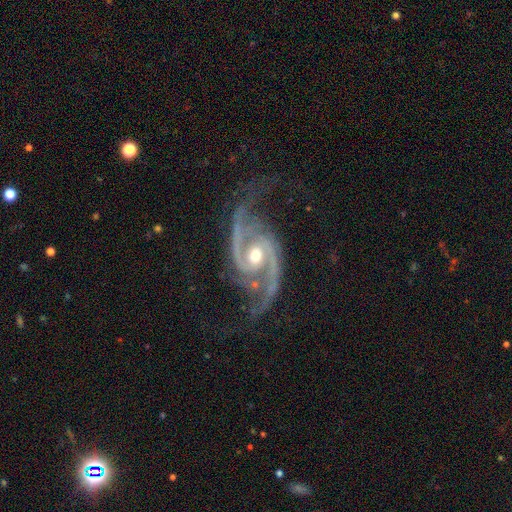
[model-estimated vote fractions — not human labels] The model was most divided on "bar": no: 55%, weak: 32%, strong: 13%. More confident: spiral arms — yes (99%); edge-on disk — no (98%); smooth or featured — featured or disk (94%); spiral arm count — 2 (88%); merging — none (64%); bulge size — moderate (63%); spiral winding — medium (55%).